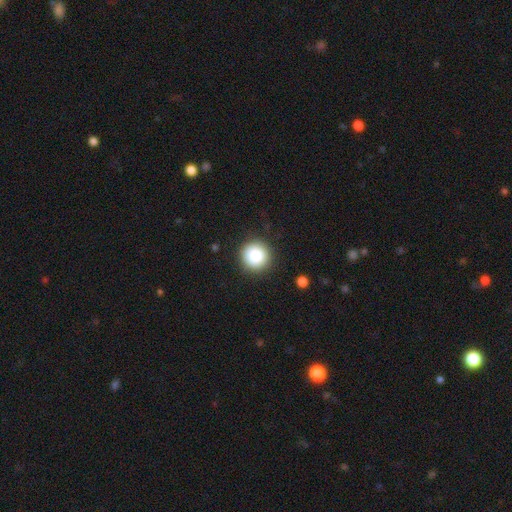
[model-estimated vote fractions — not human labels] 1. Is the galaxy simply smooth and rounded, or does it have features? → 86% smooth, 9% star or artifact, 5% featured or disk.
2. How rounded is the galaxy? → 95% round, 4% in between, 1% cigar-shaped.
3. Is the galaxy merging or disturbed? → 91% none, 6% minor disturbance, 2% major disturbance, 1% merger.